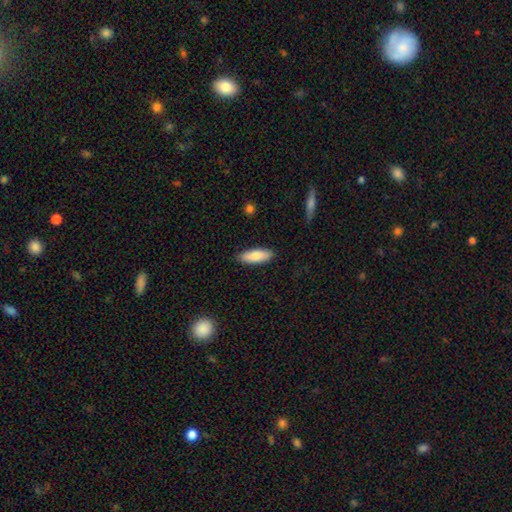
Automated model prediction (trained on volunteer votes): Smooth or featured? smooth (84%)
How rounded? in between (67%)
Merging? none (88%)